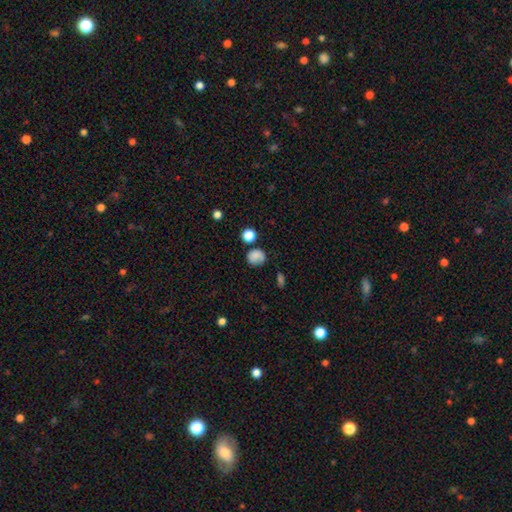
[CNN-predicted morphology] smooth 77%, star or artifact 12%, featured or disk 11%. Down the decision tree: how rounded — round (72%); merging — none (61%).